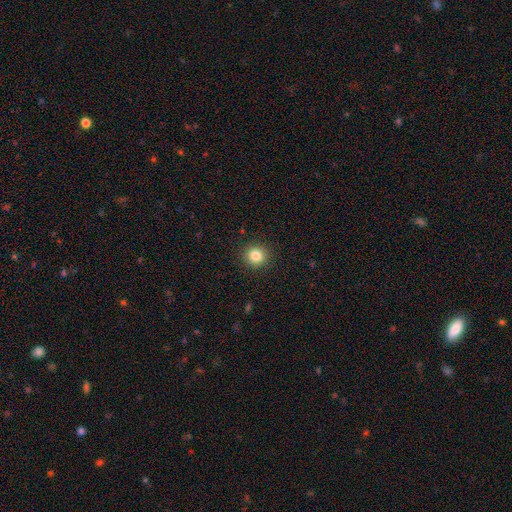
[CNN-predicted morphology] smooth_or_featured: smooth (p=0.84) [alt: star or artifact p=0.11]
how_rounded: round (p=0.93) [alt: in between p=0.06]
merging: none (p=0.92) [alt: minor disturbance p=0.06]